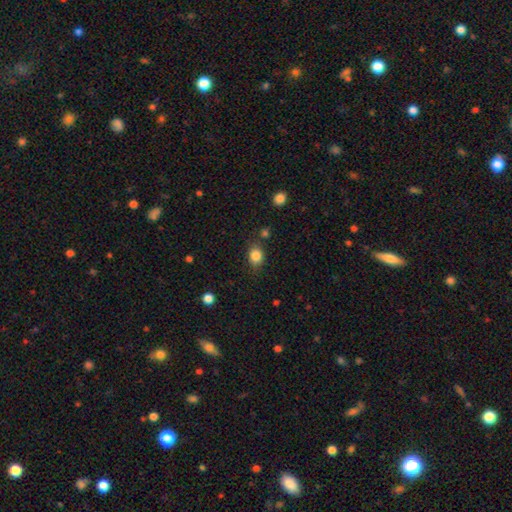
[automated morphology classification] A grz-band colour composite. It shows a smooth galaxy with no disk features (84%) that is in between round and cigar-shaped (52%). Merging: none (77%).